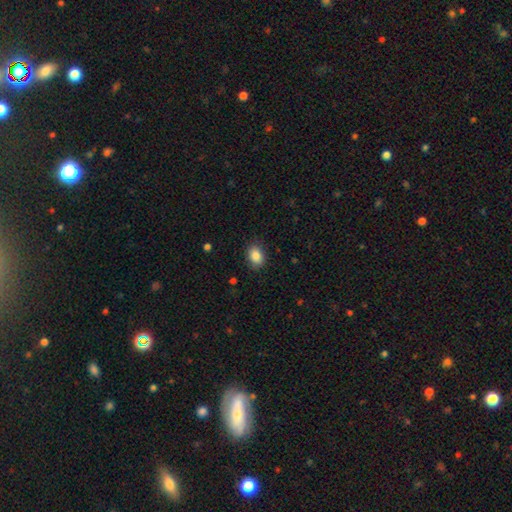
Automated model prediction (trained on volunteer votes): Morphology: type=smooth (87%); roundness=in between (75%); merging=none (85%).